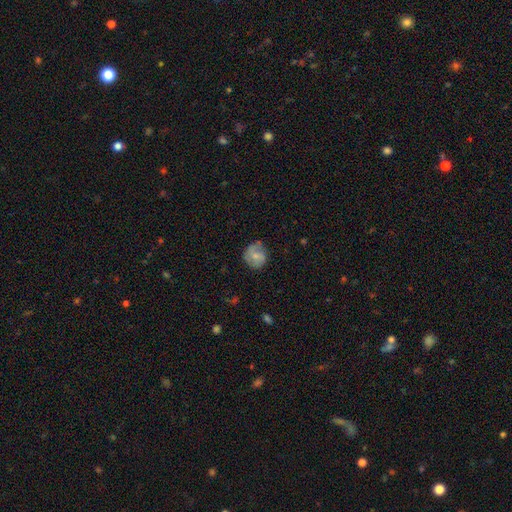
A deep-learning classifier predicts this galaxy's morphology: smooth-or-featured: smooth: 58% | featured or disk: 34% | star or artifact: 7%
  how-rounded: round: 81% | in between: 18% | cigar-shaped: 1%
  merging: none: 63% | minor disturbance: 28% | major disturbance: 8% | merger: 2%